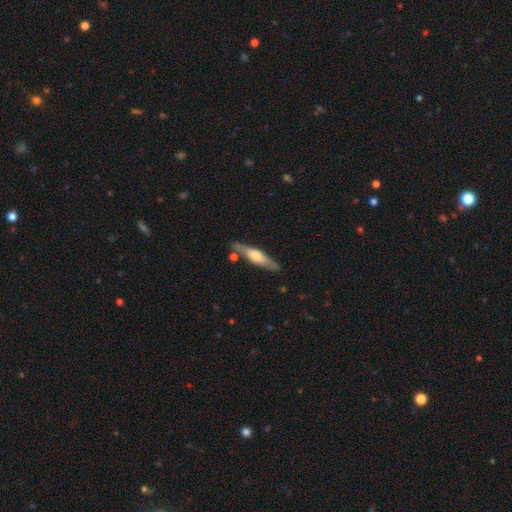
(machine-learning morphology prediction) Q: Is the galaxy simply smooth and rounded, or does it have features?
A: featured or disk — 56%.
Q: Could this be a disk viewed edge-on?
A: yes — 92%.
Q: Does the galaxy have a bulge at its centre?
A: rounded — 87%.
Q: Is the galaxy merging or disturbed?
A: none — 80%.